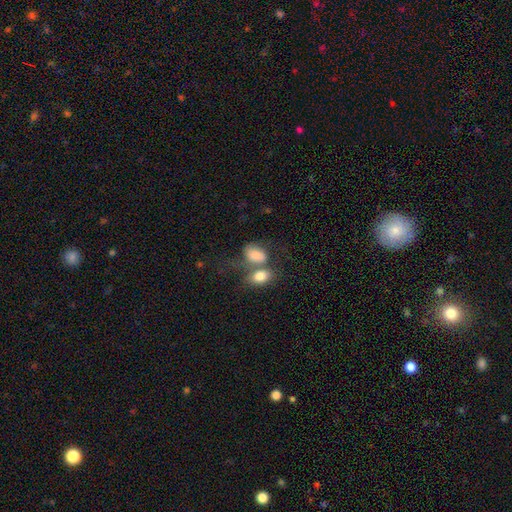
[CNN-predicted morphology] type=smooth (75%); roundness=in between (84%); merging=merger (57%).